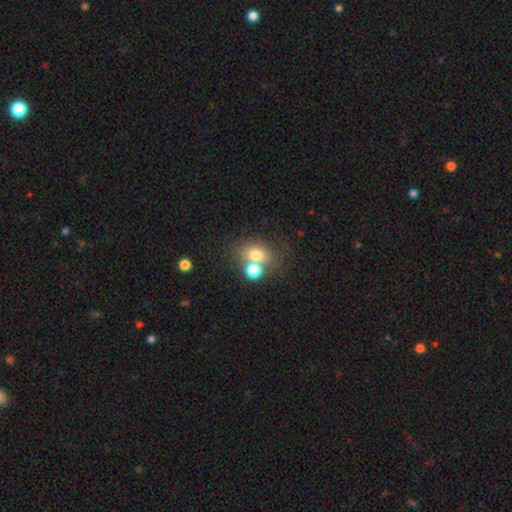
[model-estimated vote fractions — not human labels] A smooth galaxy with no disk features (72%) that is round (57%). Merging: merger (44%).